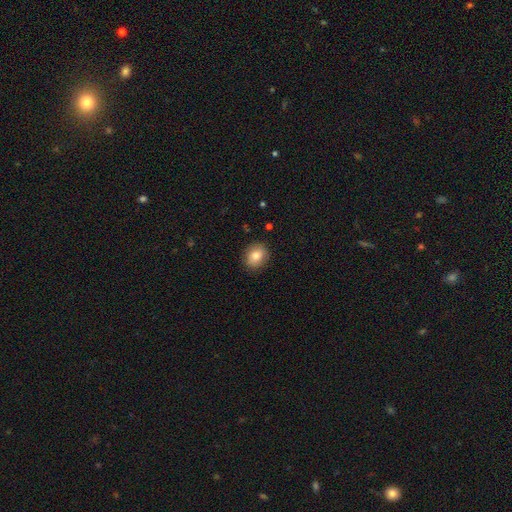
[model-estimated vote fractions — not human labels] smooth-or-featured: smooth: 80% | featured or disk: 11% | star or artifact: 9%
  how-rounded: round: 60% | in between: 39% | cigar-shaped: 1%
  merging: none: 87% | minor disturbance: 10% | major disturbance: 2% | merger: 1%